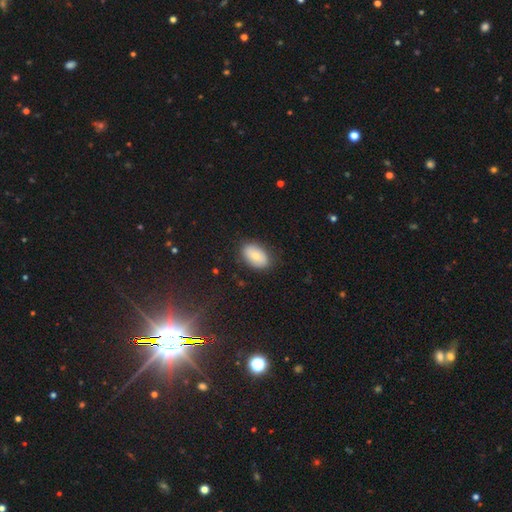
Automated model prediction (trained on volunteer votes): Q: Smooth or featured?
A: smooth (80%); runner-up: featured or disk (13%)
Q: How rounded?
A: in between (91%); runner-up: round (8%)
Q: Merging?
A: none (84%); runner-up: minor disturbance (12%)